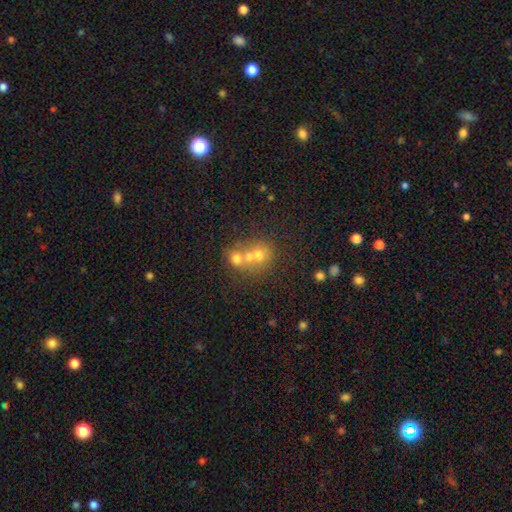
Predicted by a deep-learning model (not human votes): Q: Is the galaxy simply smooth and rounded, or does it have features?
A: smooth — 55%.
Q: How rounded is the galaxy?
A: round — 75%.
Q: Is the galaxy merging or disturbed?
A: merger — 58%.